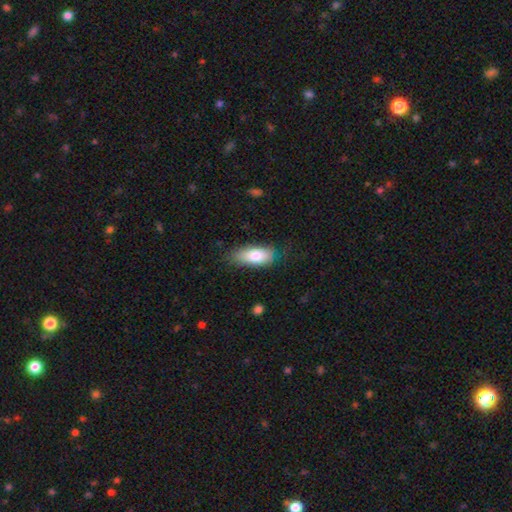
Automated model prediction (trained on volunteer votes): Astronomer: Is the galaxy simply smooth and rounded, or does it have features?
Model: smooth — 79%.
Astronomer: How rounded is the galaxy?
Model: in between — 83%.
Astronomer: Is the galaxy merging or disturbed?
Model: none — 70%.